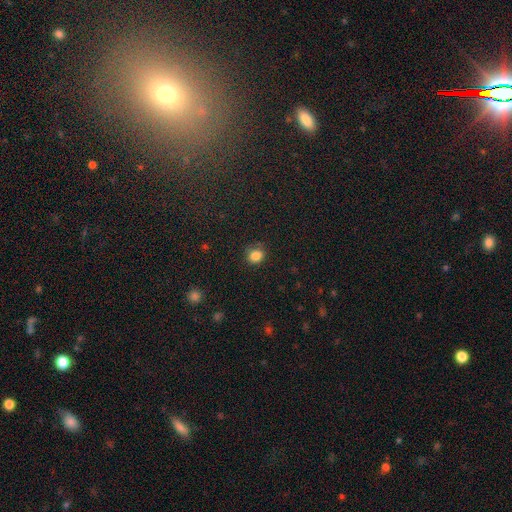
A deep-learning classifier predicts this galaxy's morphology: Smooth or featured? smooth (84%)
How rounded? round (77%)
Merging? none (84%)